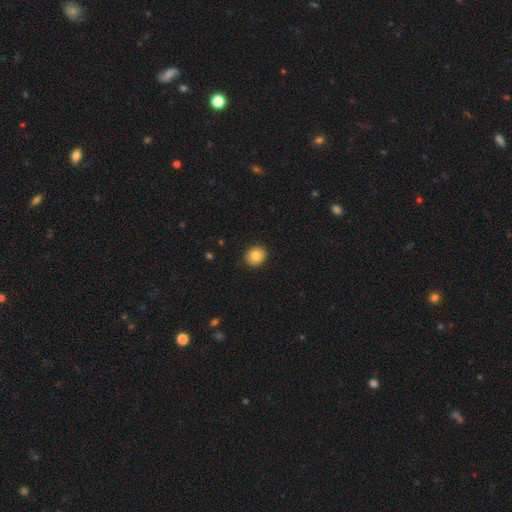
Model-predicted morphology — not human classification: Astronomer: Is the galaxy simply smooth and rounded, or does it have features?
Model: smooth — 82%.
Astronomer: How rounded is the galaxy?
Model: round — 84%.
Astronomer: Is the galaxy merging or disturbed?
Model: none — 91%.